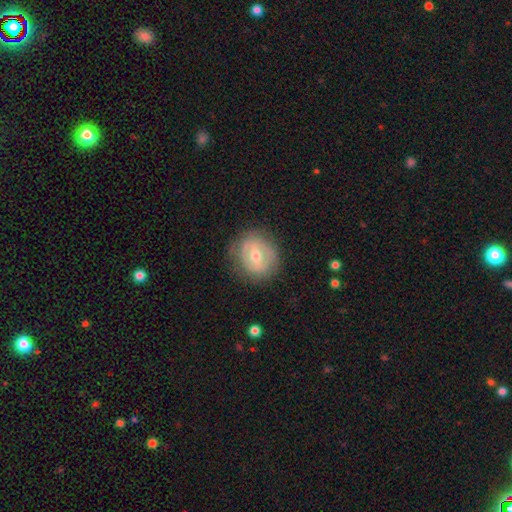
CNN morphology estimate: This is possibly a featured or disk galaxy (55%). It is clearly not viewed edge-on (95%). Bar: marginally weak (45%). Spiral arm pattern: likely no (63%). Central bulge: likely moderate (63%). Merging: likely none (77%).